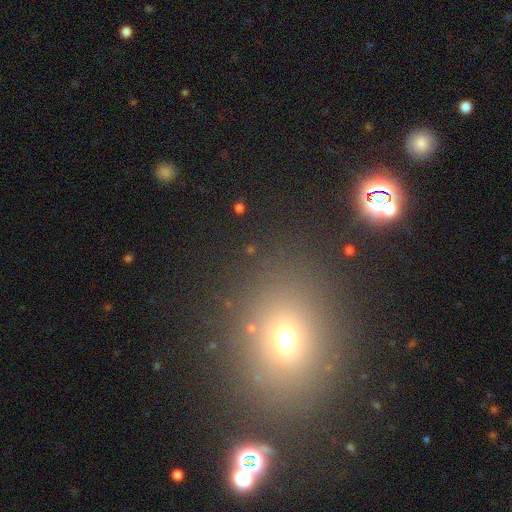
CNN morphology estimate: smooth 56%, star or artifact 33%, featured or disk 10%. Down the decision tree: how rounded — round (63%); merging — none (84%).